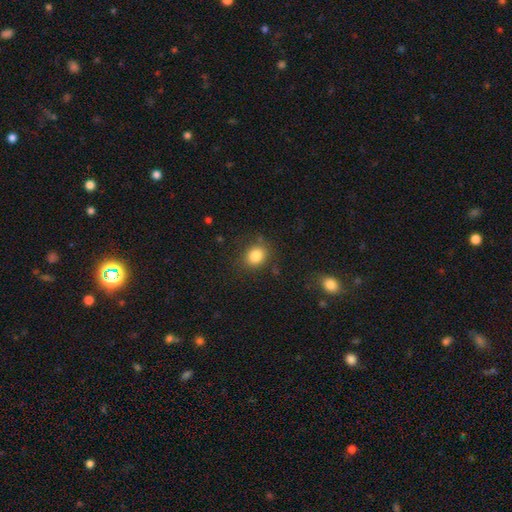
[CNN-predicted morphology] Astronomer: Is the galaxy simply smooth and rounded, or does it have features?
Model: smooth — 84%.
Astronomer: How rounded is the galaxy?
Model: round — 64%.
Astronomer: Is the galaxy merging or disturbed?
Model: none — 81%.